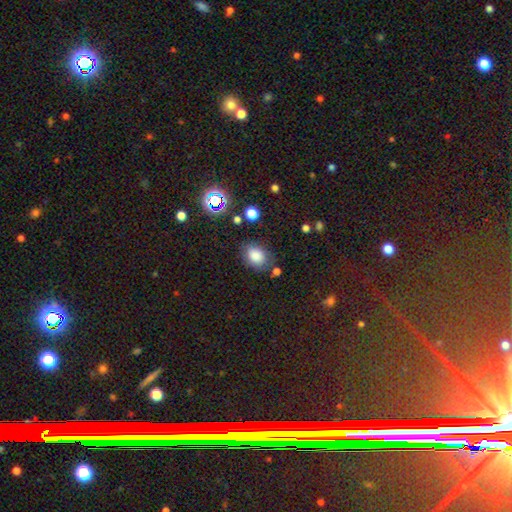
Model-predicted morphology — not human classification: smooth_or_featured: smooth (p=0.79) [alt: star or artifact p=0.14]
how_rounded: in between (p=0.62) [alt: round p=0.37]
merging: none (p=0.75) [alt: minor disturbance p=0.16]